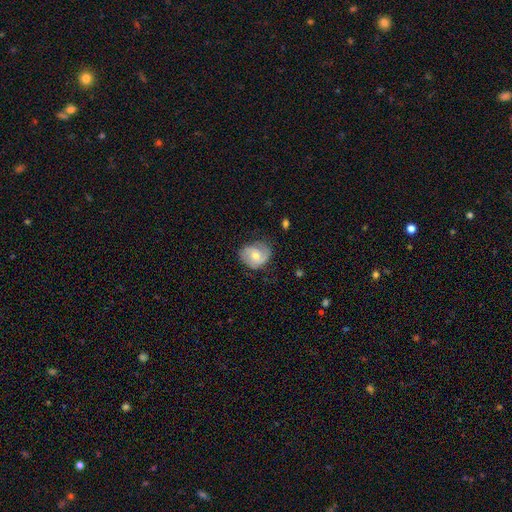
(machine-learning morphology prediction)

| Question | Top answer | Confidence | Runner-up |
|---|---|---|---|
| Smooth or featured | featured or disk | 57% | smooth (36%) |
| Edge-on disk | no | 97% | yes (3%) |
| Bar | no | 65% | weak (29%) |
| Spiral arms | yes | 83% | no (17%) |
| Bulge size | moderate | 57% | small (39%) |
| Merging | none | 62% | minor disturbance (27%) |